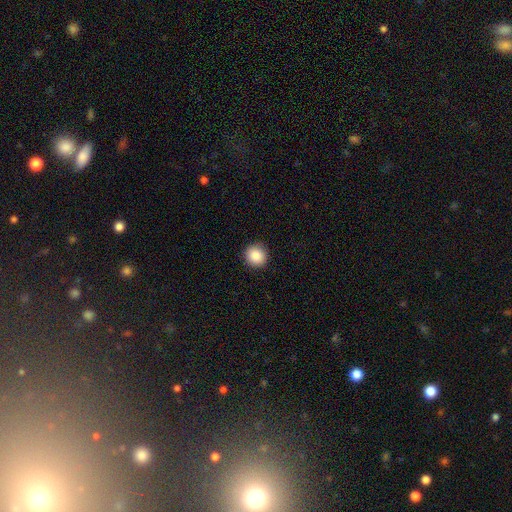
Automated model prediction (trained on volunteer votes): Morphology: type=smooth (88%); roundness=round (93%); merging=none (91%).